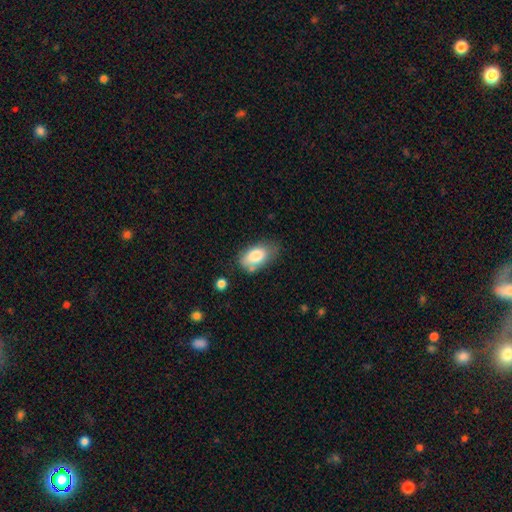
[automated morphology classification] The model was most divided on "merging": none: 55%, minor disturbance: 29%, major disturbance: 9%, merger: 7%. More confident: how rounded — in between (92%); smooth or featured — smooth (81%).